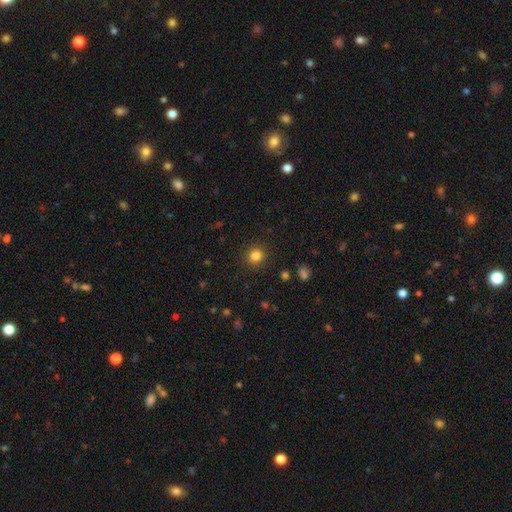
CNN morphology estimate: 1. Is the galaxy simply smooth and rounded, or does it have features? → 82% smooth, 13% star or artifact, 5% featured or disk.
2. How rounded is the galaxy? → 92% round, 7% in between, 1% cigar-shaped.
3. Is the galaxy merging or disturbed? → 91% none, 6% minor disturbance, 2% major disturbance, 1% merger.